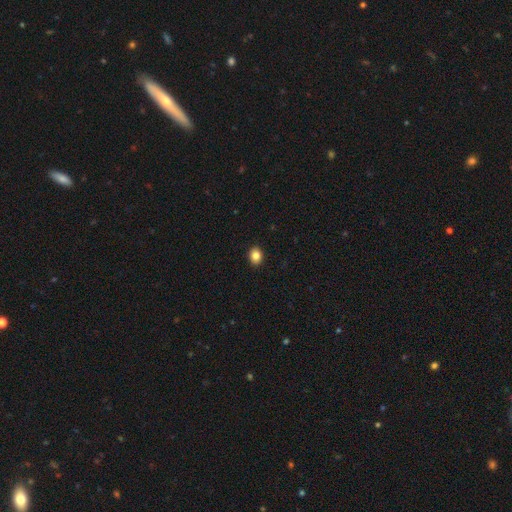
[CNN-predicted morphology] The model was most divided on "how rounded": in between: 53%, round: 46%, cigar-shaped: 1%. More confident: merging — none (91%); smooth or featured — smooth (86%).